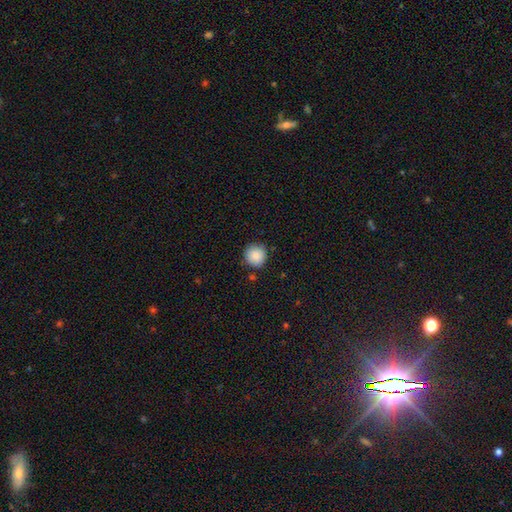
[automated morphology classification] Smooth or featured? smooth (88%)
How rounded? round (94%)
Merging? none (86%)